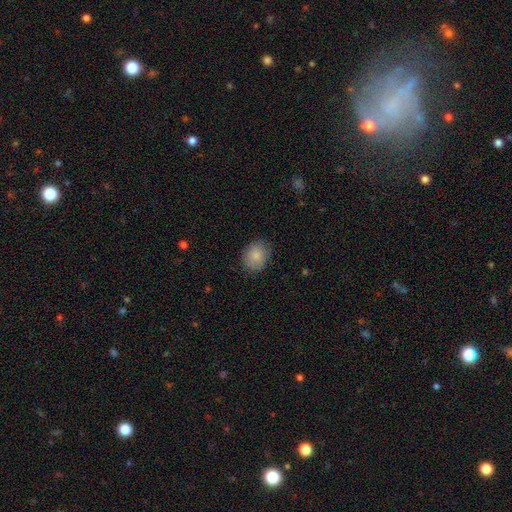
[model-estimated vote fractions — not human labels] Smooth or featured? Predicted: smooth (p=0.84). How rounded? Predicted: round (p=0.52). Merging? Predicted: none (p=0.82).